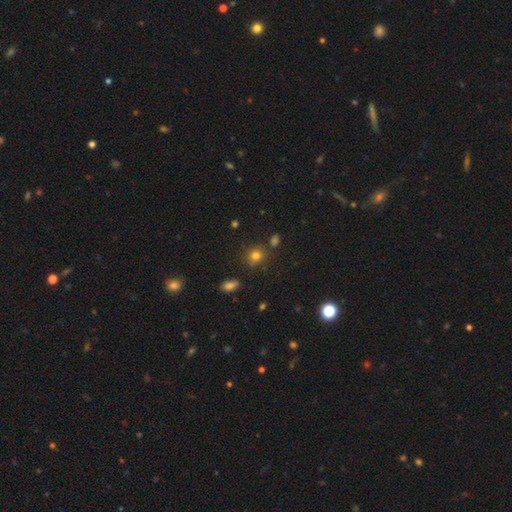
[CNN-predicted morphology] This is likely a smooth galaxy (78%). How rounded: likely round (76%). Merging: likely none (75%).